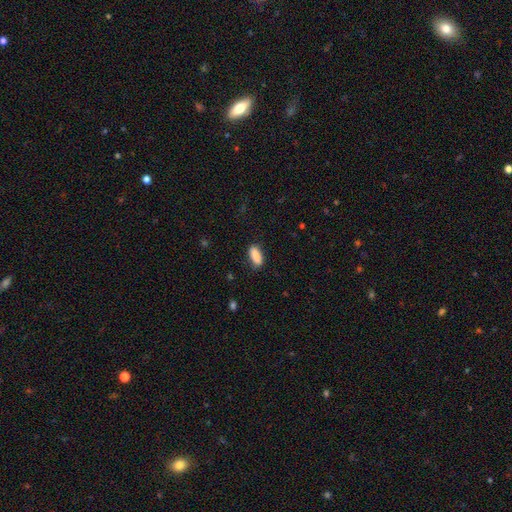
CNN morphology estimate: A smooth galaxy with no disk features (87%) that is in between round and cigar-shaped (78%).

Vote fractions:
- Smooth or featured? smooth: 87% / star or artifact: 7% / featured or disk: 6%
- How rounded? in between: 78% / cigar-shaped: 20% / round: 2%
- Merging? none: 82% / minor disturbance: 14% / major disturbance: 3% / merger: 1%